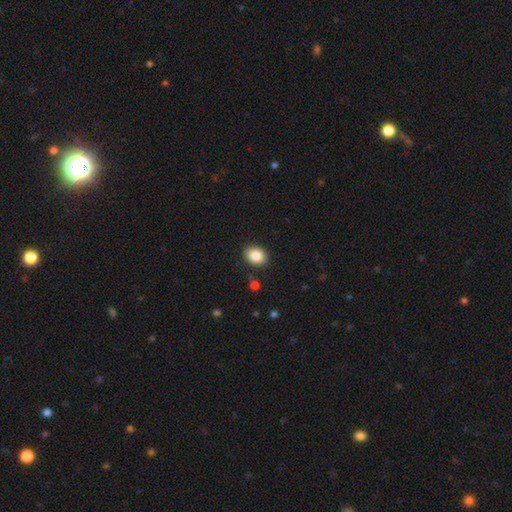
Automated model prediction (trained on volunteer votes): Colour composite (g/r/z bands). It shows a smooth galaxy with no disk features (86%) that is in between round and cigar-shaped (61%). Merging: none (87%).